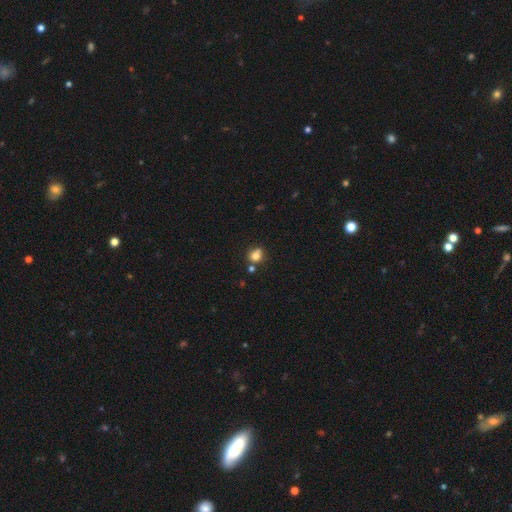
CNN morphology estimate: A smooth galaxy with no disk features (78%) that is round (72%).

Vote fractions:
- Smooth or featured? smooth: 78% / star or artifact: 13% / featured or disk: 9%
- How rounded? round: 72% / in between: 27% / cigar-shaped: 1%
- Merging? none: 59% / merger: 19% / minor disturbance: 17% / major disturbance: 5%